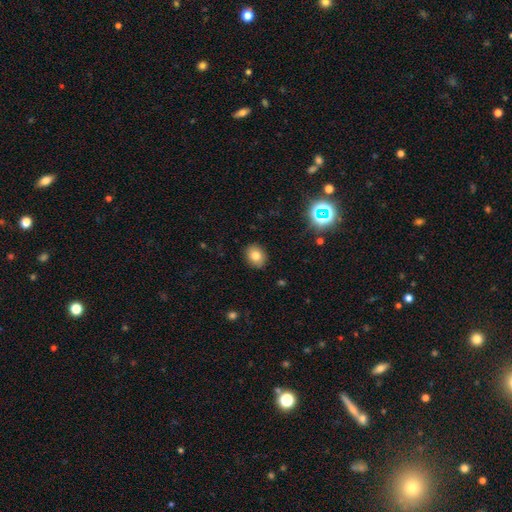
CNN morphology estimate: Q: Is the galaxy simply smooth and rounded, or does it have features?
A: smooth — 78%.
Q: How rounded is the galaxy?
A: round — 56%.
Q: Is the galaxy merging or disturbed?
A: none — 89%.